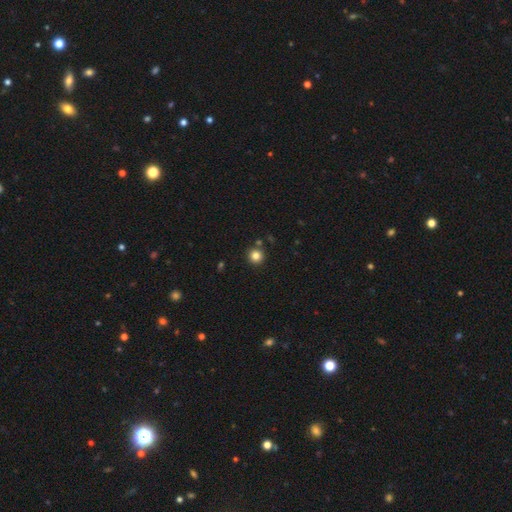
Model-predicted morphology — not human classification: Smooth or featured?
  - smooth: 83% *
  - star or artifact: 12%
  - featured or disk: 5%
How rounded?
  - round: 95% *
  - in between: 4%
  - cigar-shaped: 1%
Merging?
  - none: 88% *
  - minor disturbance: 6%
  - merger: 5%
  - major disturbance: 2%